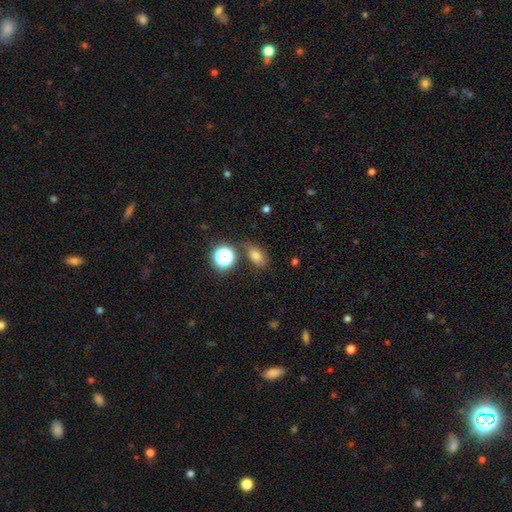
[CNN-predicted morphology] Smooth or featured? Predicted: smooth (p=0.74). How rounded? Predicted: in between (p=0.77). Merging? Predicted: none (p=0.75).